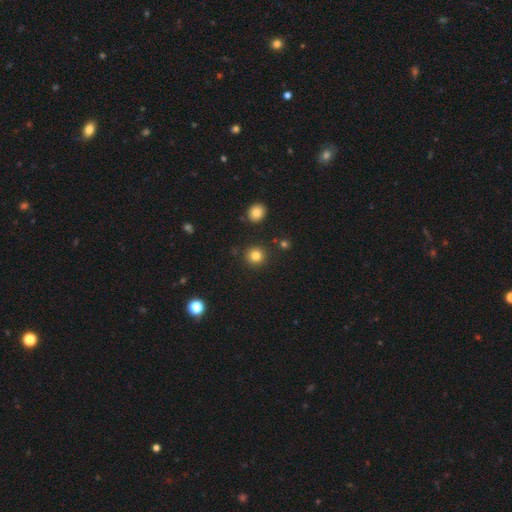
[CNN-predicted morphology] Smooth or featured: smooth — 83% (star or artifact — 12%)
How rounded: round — 94% (in between — 5%)
Merging: none — 90% (minor disturbance — 5%)